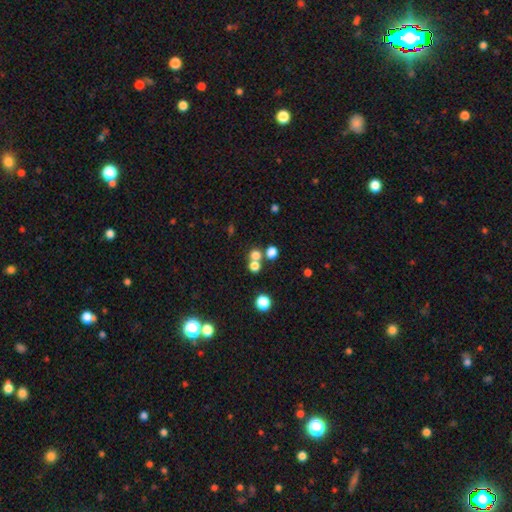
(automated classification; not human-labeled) The model was most divided on "merging": none: 52%, merger: 39%, minor disturbance: 6%, major disturbance: 3%. More confident: how rounded — round (85%); smooth or featured — smooth (71%).